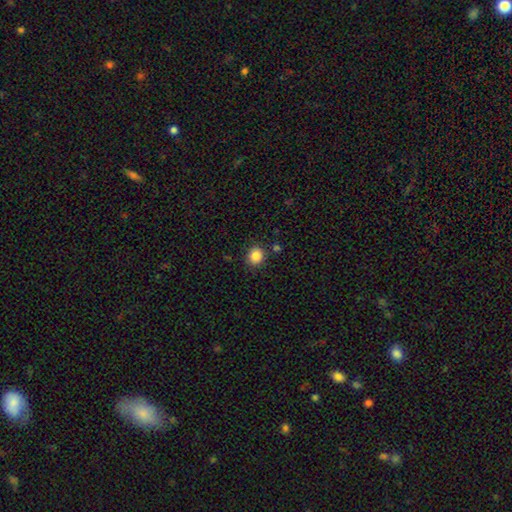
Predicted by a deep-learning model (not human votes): A smooth galaxy with no disk features (86%) that is round (82%). Merging: none (84%).